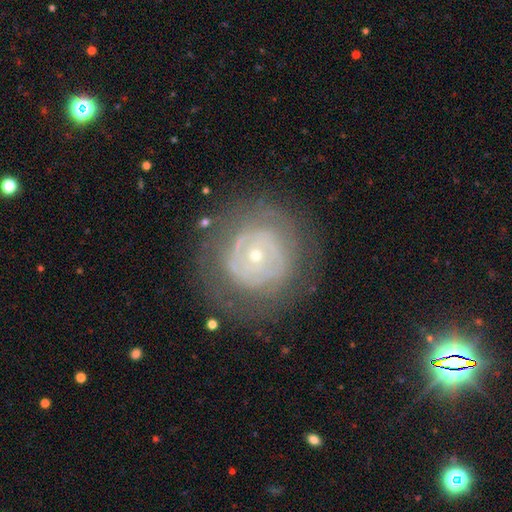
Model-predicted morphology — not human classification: This is likely a featured or disk galaxy (68%). It is clearly not viewed edge-on (96%). Bar: clearly no (85%). Spiral arm pattern: possibly no (55%). Central bulge: likely small (74%). Merging: likely none (75%).